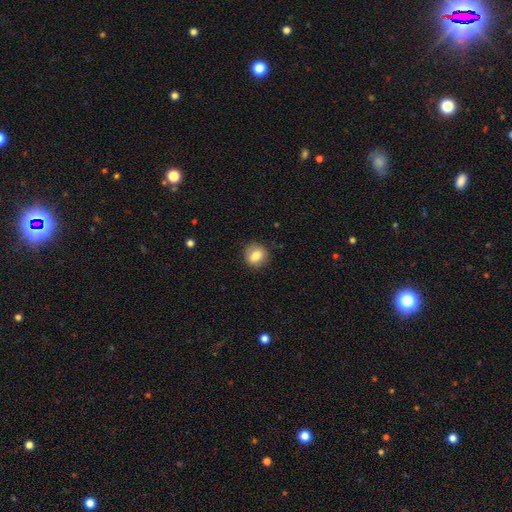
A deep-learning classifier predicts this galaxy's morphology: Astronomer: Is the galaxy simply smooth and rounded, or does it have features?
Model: smooth — 78%.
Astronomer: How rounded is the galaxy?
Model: round — 69%.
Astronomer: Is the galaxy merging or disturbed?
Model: none — 86%.